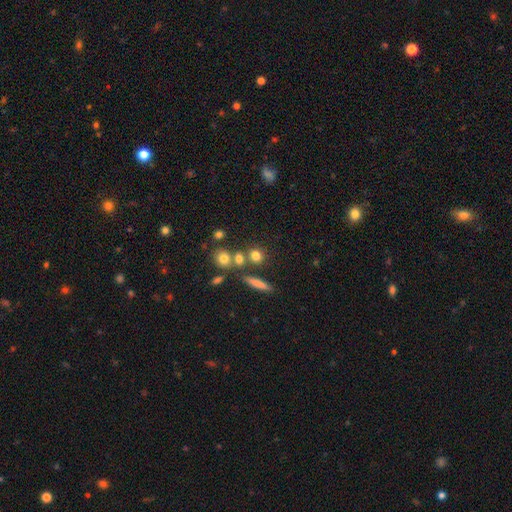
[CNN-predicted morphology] Smooth or featured: smooth — 76% (star or artifact — 13%)
How rounded: round — 74% (in between — 19%)
Merging: none — 66% (merger — 20%)